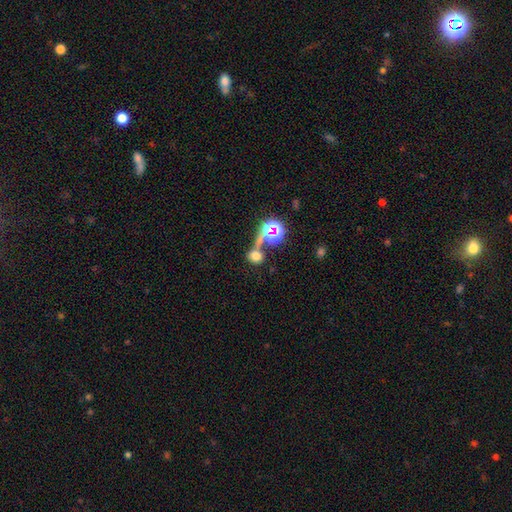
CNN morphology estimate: This is likely a smooth galaxy (67%). How rounded: likely round (68%). Merging: possibly none (47%).